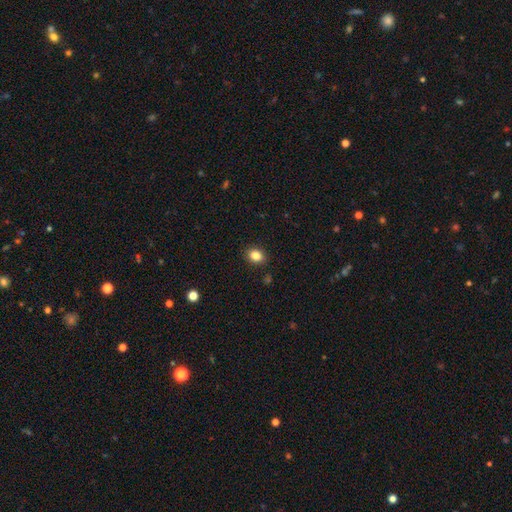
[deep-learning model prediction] Smooth or featured: smooth — 84% (star or artifact — 10%)
How rounded: in between — 53% (round — 46%)
Merging: none — 89% (minor disturbance — 8%)